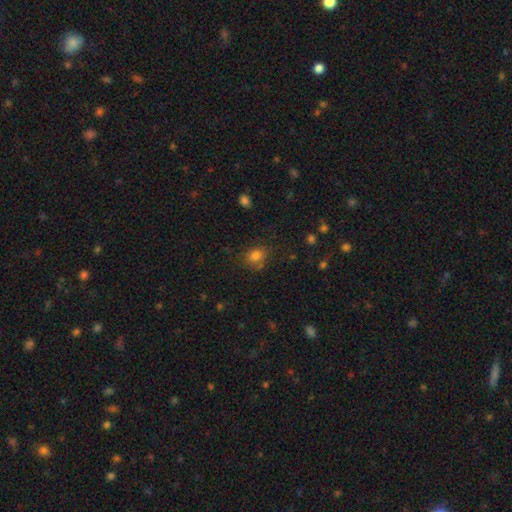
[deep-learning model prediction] Morphology: type=smooth (80%); roundness=round (53%); merging=none (68%).